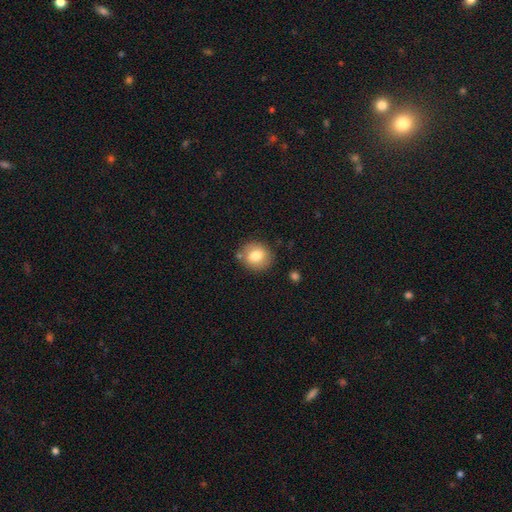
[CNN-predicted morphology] A smooth galaxy with no disk features (75%) that is round (77%). Merging: none (78%).